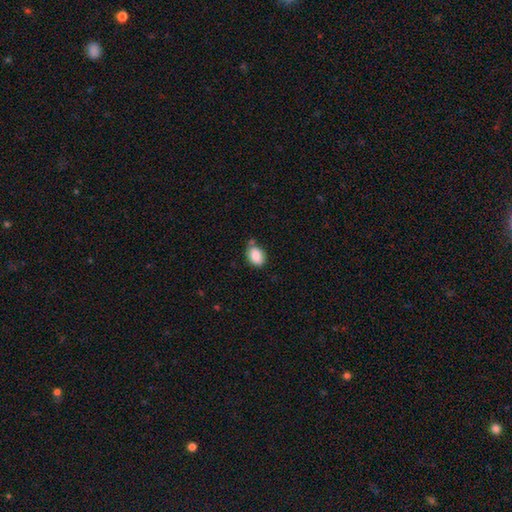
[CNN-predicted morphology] Smooth or featured?
  - smooth: 87% *
  - star or artifact: 8%
  - featured or disk: 5%
How rounded?
  - in between: 79% *
  - round: 20%
  - cigar-shaped: 1%
Merging?
  - none: 66% *
  - minor disturbance: 22%
  - merger: 8%
  - major disturbance: 4%